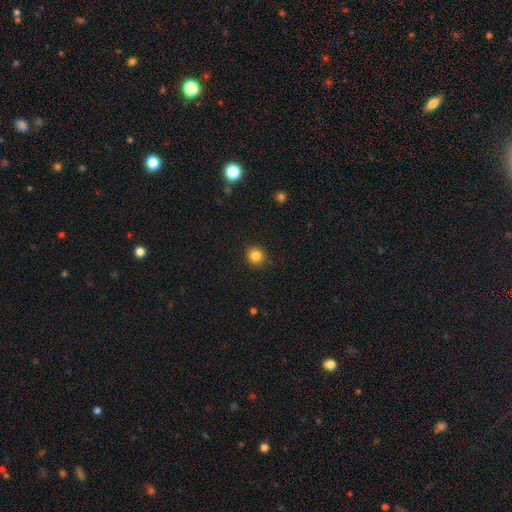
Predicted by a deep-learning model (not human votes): This appears to be a smooth galaxy with no disk features (84%) that is round (89%). Merging: none (90%).